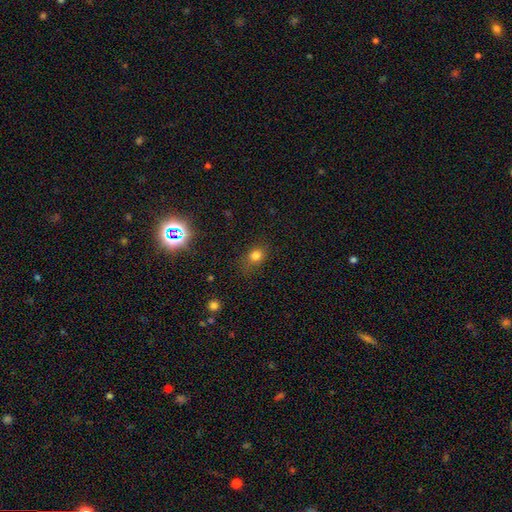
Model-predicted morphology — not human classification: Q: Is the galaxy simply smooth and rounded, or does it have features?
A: smooth — 78%.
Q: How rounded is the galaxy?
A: round — 56%.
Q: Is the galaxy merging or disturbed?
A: none — 72%.